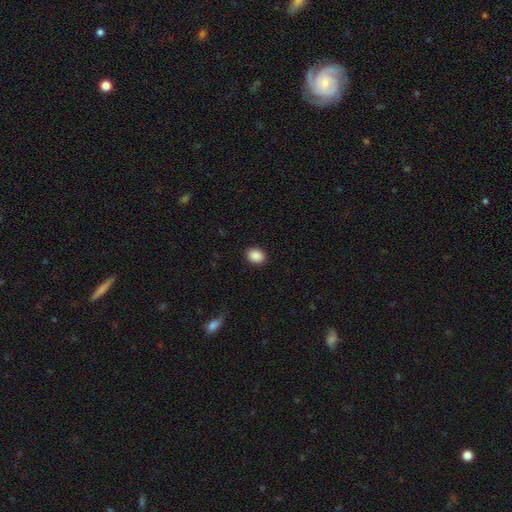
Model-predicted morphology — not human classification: Q: Smooth or featured?
A: smooth (90%); runner-up: star or artifact (8%)
Q: How rounded?
A: in between (61%); runner-up: round (39%)
Q: Merging?
A: none (90%); runner-up: minor disturbance (7%)